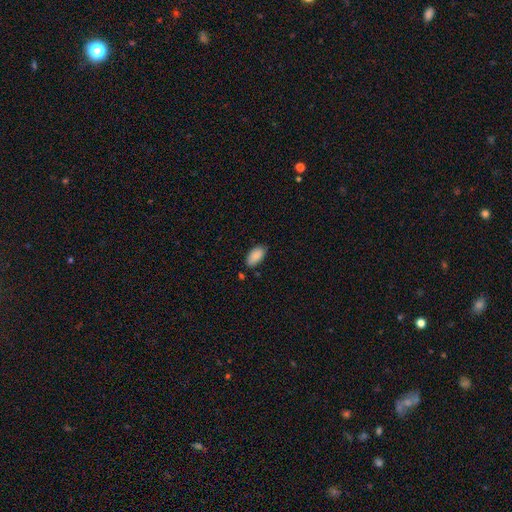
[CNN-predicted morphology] Q: Smooth or featured?
A: smooth (88%); runner-up: star or artifact (7%)
Q: How rounded?
A: in between (94%); runner-up: cigar-shaped (4%)
Q: Merging?
A: none (80%); runner-up: minor disturbance (15%)